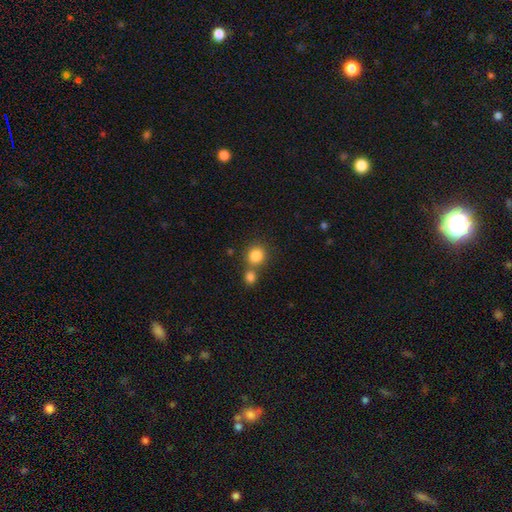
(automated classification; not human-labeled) Morphology: type=smooth (84%); roundness=round (88%); merging=none (60%).